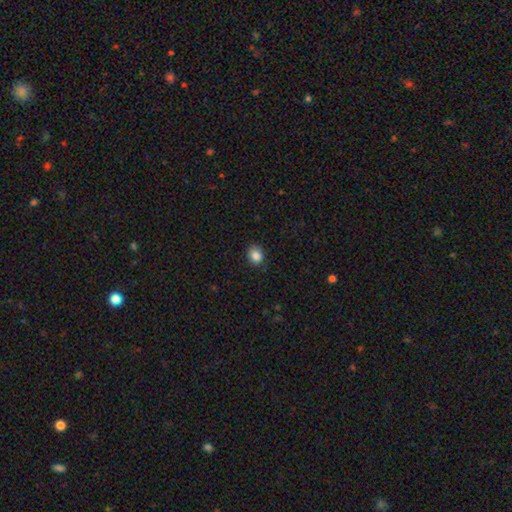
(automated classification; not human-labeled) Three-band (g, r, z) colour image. It shows a smooth galaxy with no disk features (86%) that is round (55%). Merging: none (84%).